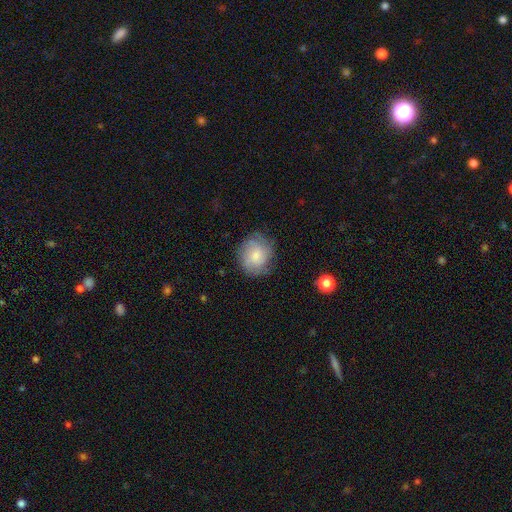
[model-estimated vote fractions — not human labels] smooth 59%, featured or disk 33%, star or artifact 9%. Down the decision tree: how rounded — round (76%); merging — none (73%).